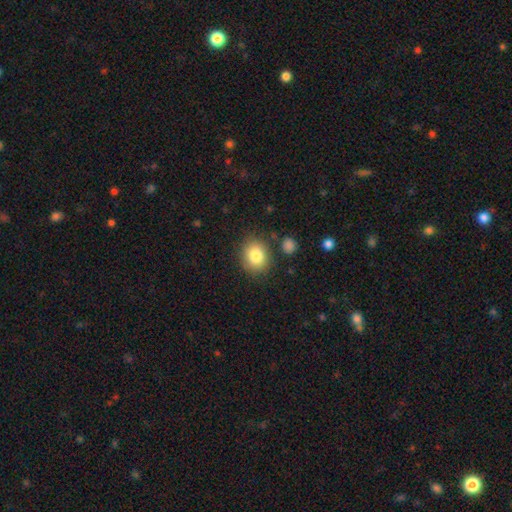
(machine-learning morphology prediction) Smooth or featured?
  - smooth: 83% *
  - star or artifact: 9%
  - featured or disk: 8%
How rounded?
  - round: 60% *
  - in between: 39%
  - cigar-shaped: 1%
Merging?
  - none: 82% *
  - minor disturbance: 11%
  - merger: 4%
  - major disturbance: 3%